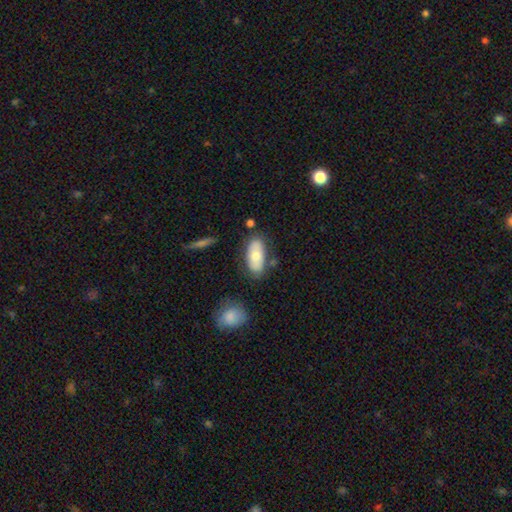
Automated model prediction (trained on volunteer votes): This appears to be a smooth galaxy with no disk features (68%) that is in between round and cigar-shaped (90%). Merging: none (69%).